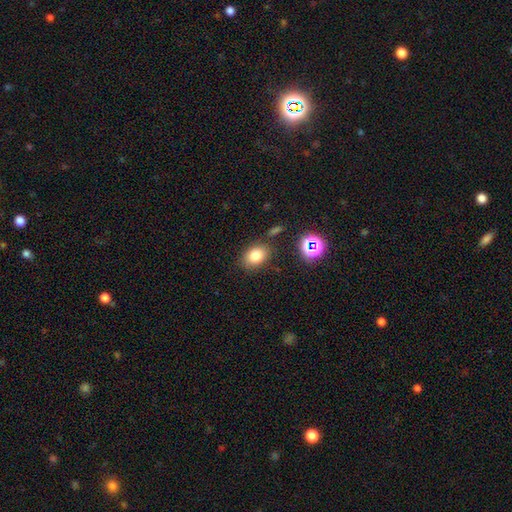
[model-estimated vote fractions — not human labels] A smooth galaxy with no disk features (80%) that is in between round and cigar-shaped (73%).

Vote fractions:
- Smooth or featured? smooth: 80% / star or artifact: 13% / featured or disk: 8%
- How rounded? in between: 73% / round: 26% / cigar-shaped: 1%
- Merging? none: 79% / minor disturbance: 12% / merger: 5% / major disturbance: 4%